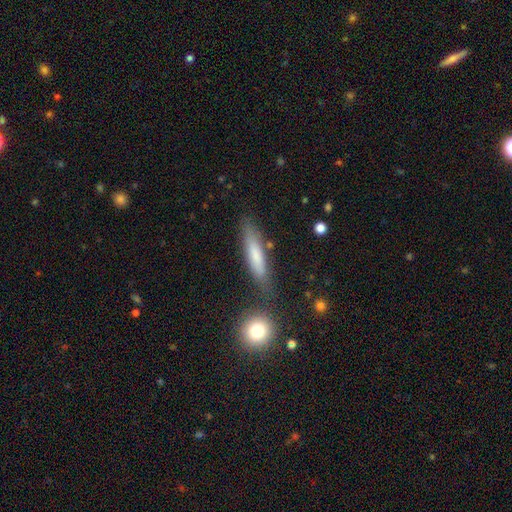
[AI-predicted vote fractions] Overall: smooth (68%). How rounded: cigar-shaped (85%). Merging: none (77%).